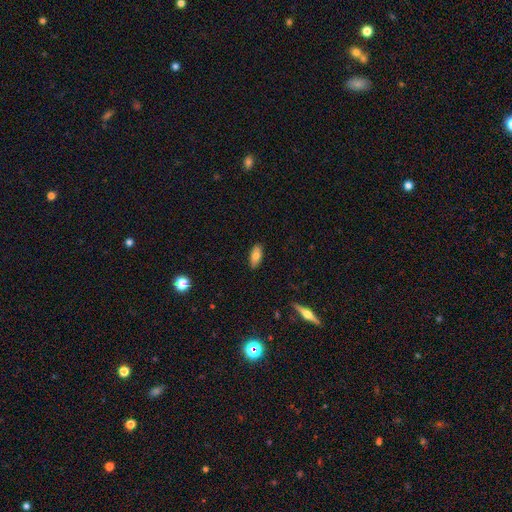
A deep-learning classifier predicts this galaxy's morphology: A smooth galaxy with no disk features (76%) that is in between round and cigar-shaped (86%).

Vote fractions:
- Smooth or featured? smooth: 76% / featured or disk: 17% / star or artifact: 7%
- How rounded? in between: 86% / cigar-shaped: 12% / round: 3%
- Merging? none: 86% / minor disturbance: 11% / major disturbance: 2% / merger: 1%